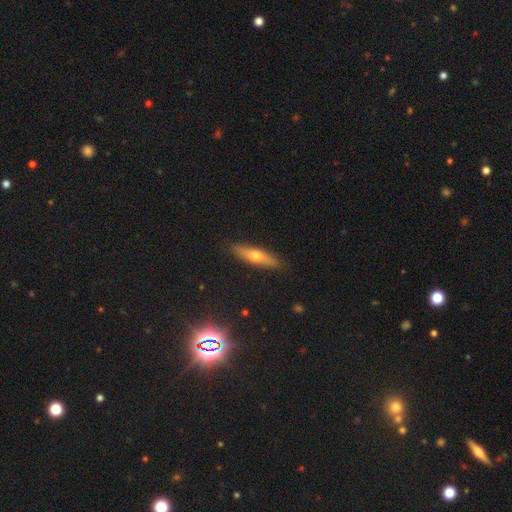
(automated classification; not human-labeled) A smooth galaxy with no disk features (50%) that is cigar-shaped (73%). Merging: none (88%).